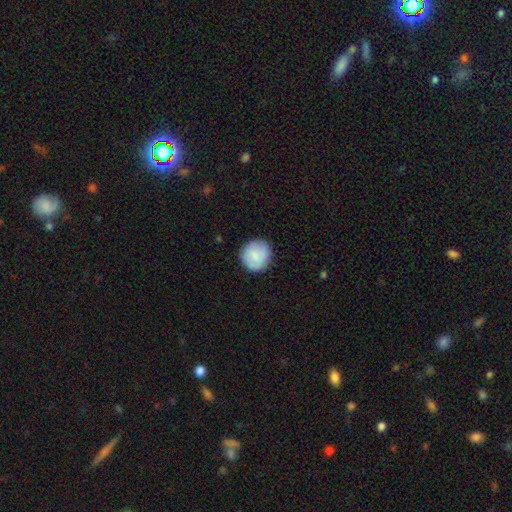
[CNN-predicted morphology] A smooth galaxy with no disk features (80%) that is round (93%). Merging: none (87%).